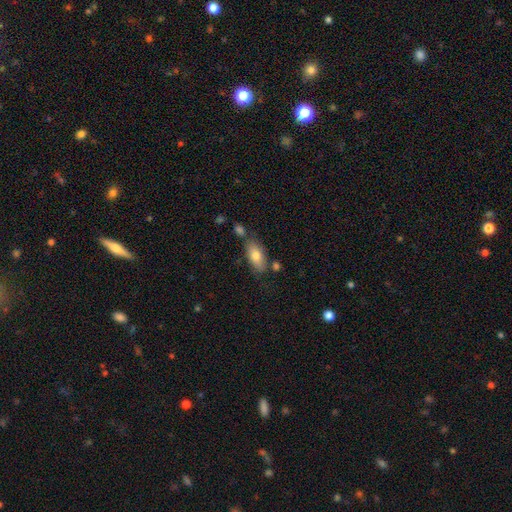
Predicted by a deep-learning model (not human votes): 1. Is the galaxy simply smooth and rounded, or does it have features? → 75% smooth, 19% featured or disk, 7% star or artifact.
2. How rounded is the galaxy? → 85% in between, 12% cigar-shaped, 3% round.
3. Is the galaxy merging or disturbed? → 67% none, 17% minor disturbance, 11% merger, 4% major disturbance.